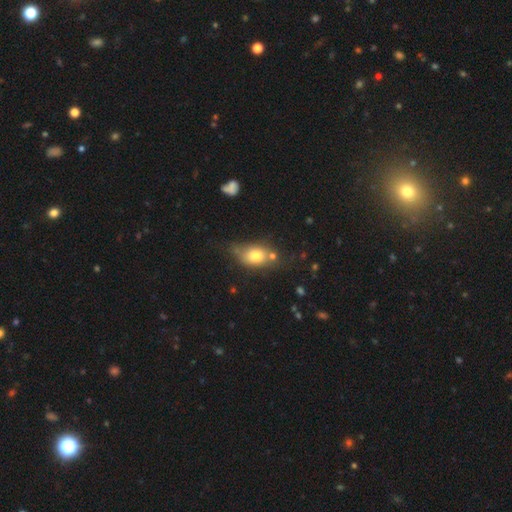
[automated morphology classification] Smooth or featured? Predicted: smooth (p=0.74). How rounded? Predicted: in between (p=0.74). Merging? Predicted: none (p=0.49).